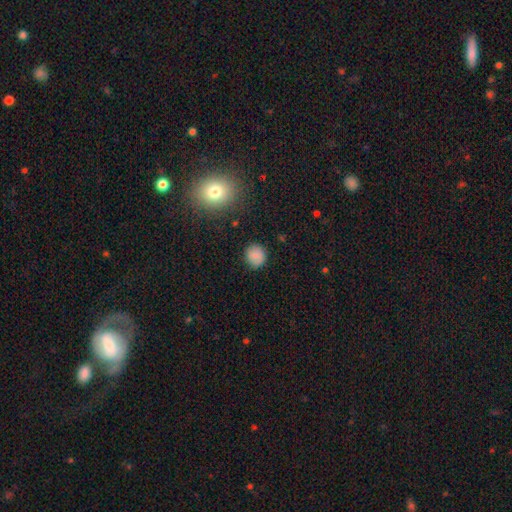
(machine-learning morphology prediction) Smooth or featured?
  - smooth: 79% *
  - star or artifact: 11%
  - featured or disk: 10%
How rounded?
  - round: 88% *
  - in between: 11%
  - cigar-shaped: 1%
Merging?
  - none: 84% *
  - minor disturbance: 12%
  - major disturbance: 3%
  - merger: 1%